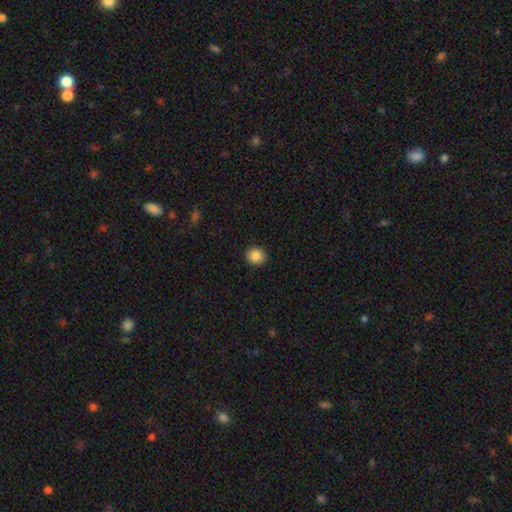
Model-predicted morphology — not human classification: Q: Smooth or featured?
A: smooth (86%); runner-up: star or artifact (9%)
Q: How rounded?
A: round (89%); runner-up: in between (10%)
Q: Merging?
A: none (92%); runner-up: minor disturbance (6%)